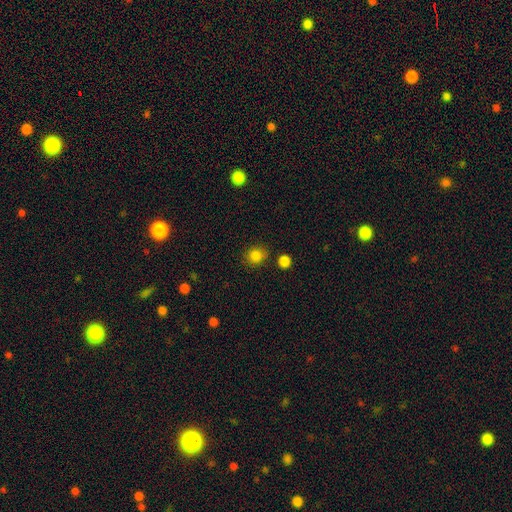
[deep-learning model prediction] smooth-or-featured: smooth: 84% | star or artifact: 12% | featured or disk: 4%
  how-rounded: round: 83% | in between: 17% | cigar-shaped: 1%
  merging: none: 82% | minor disturbance: 10% | merger: 4% | major disturbance: 3%